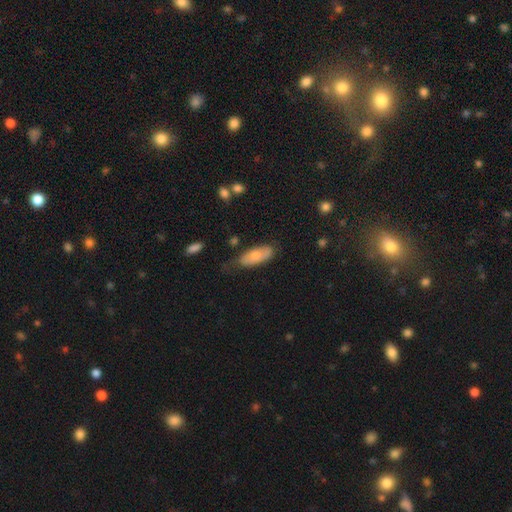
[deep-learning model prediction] Smooth or featured? Predicted: smooth (p=0.74). How rounded? Predicted: in between (p=0.77). Merging? Predicted: none (p=0.59).